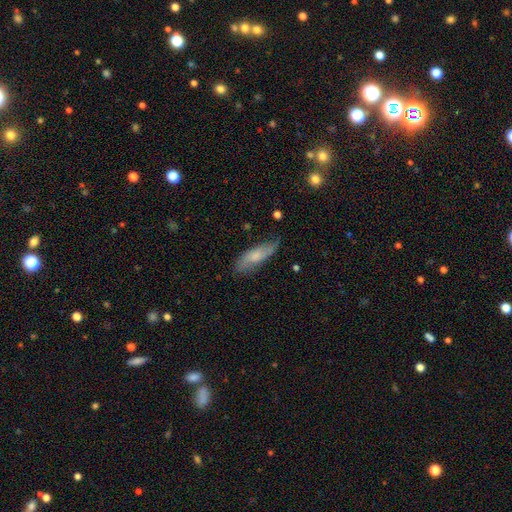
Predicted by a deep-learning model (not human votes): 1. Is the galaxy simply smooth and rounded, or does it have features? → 62% smooth, 32% featured or disk, 6% star or artifact.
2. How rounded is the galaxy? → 50% in between, 48% cigar-shaped, 2% round.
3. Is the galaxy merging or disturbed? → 69% none, 24% minor disturbance, 5% major disturbance, 2% merger.